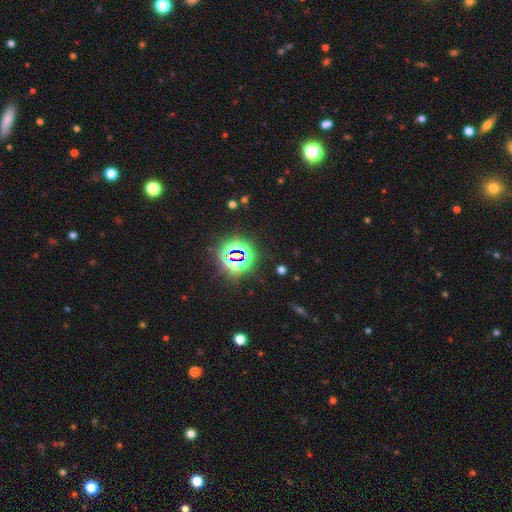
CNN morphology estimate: The model was most divided on "smooth or featured": star or artifact: 84%, smooth: 10%, featured or disk: 6%.